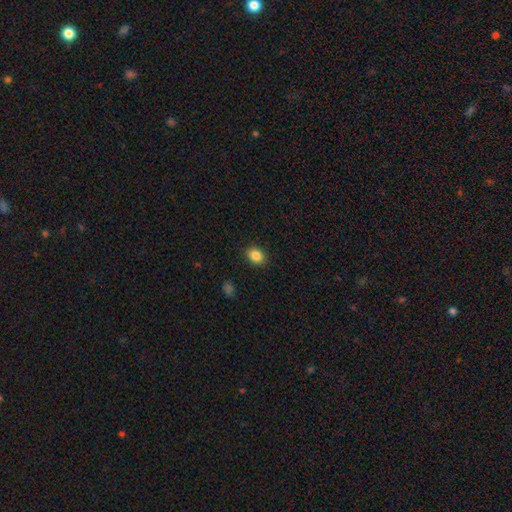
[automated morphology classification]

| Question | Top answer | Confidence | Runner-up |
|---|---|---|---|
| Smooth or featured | smooth | 87% | star or artifact (9%) |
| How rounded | in between | 63% | round (36%) |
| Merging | none | 89% | minor disturbance (8%) |